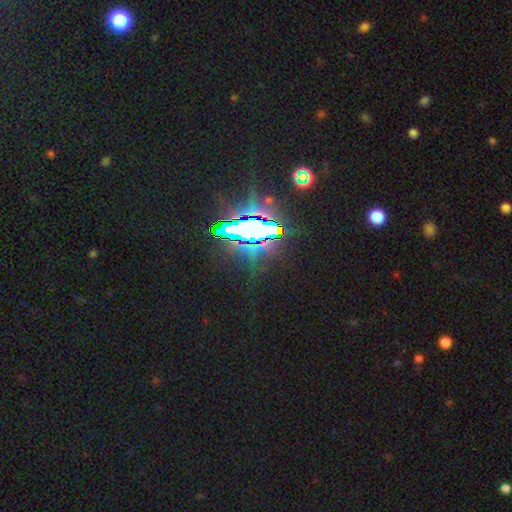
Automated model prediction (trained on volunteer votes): Overall: star or artifact (82%).